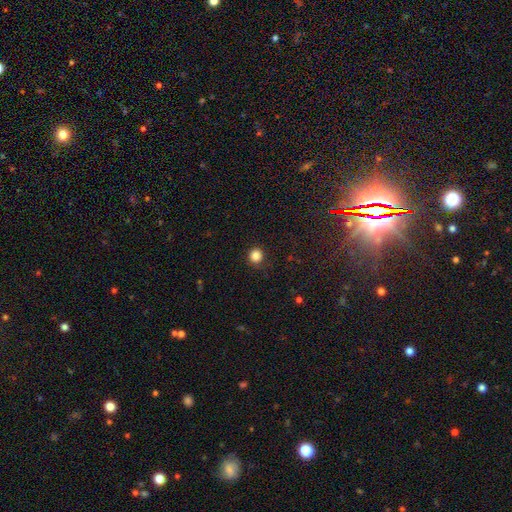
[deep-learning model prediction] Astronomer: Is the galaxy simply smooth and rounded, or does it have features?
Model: smooth — 85%.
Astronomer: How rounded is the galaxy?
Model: round — 93%.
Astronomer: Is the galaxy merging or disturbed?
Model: none — 88%.